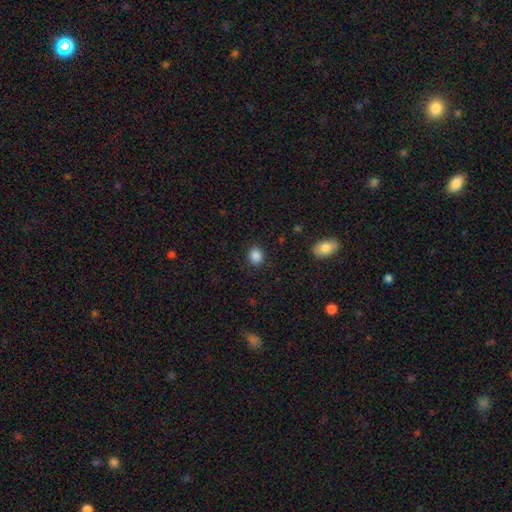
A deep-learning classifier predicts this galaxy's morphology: smooth_or_featured: smooth (p=0.87) [alt: star or artifact p=0.10]
how_rounded: round (p=0.72) [alt: in between p=0.27]
merging: none (p=0.89) [alt: minor disturbance p=0.07]